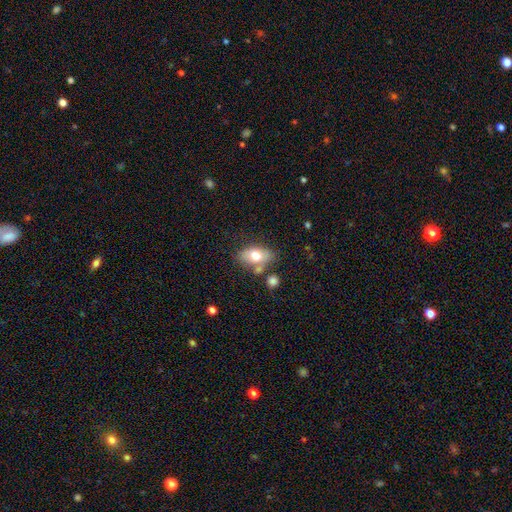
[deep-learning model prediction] Morphology: type=smooth (69%); roundness=in between (86%); merging=none (62%).